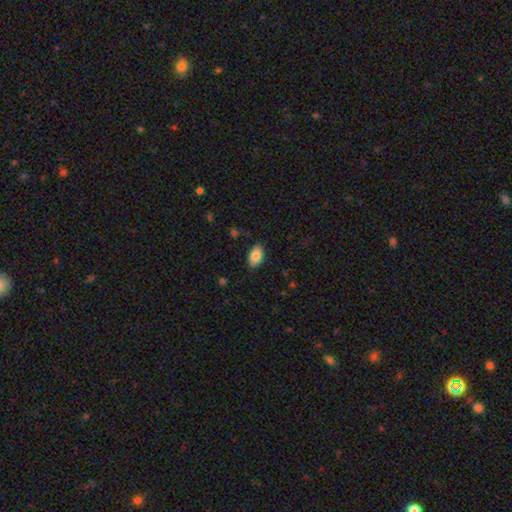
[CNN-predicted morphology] A smooth galaxy with no disk features (85%) that is in between round and cigar-shaped (93%). Merging: none (85%).